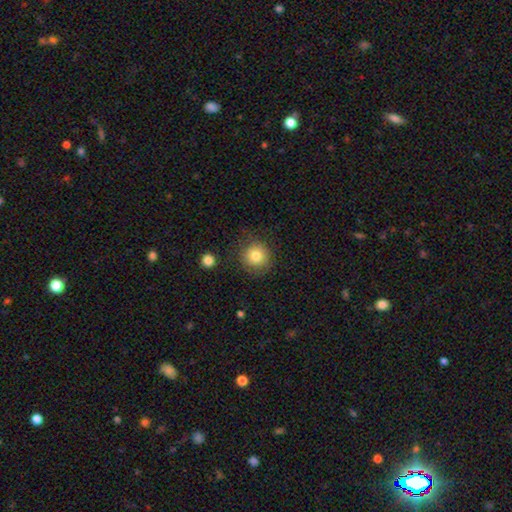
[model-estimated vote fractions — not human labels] Smooth or featured?
  - smooth: 81% *
  - star or artifact: 10%
  - featured or disk: 9%
How rounded?
  - round: 93% *
  - in between: 6%
  - cigar-shaped: 1%
Merging?
  - none: 81% *
  - minor disturbance: 13%
  - major disturbance: 4%
  - merger: 2%